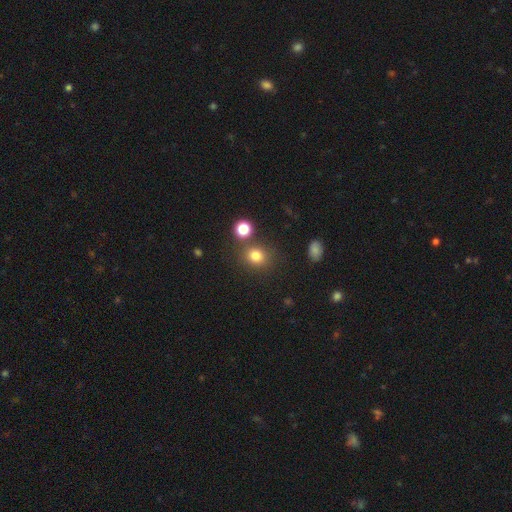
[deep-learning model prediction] A smooth galaxy with no disk features (79%) that is round (79%). Merging: none (75%).